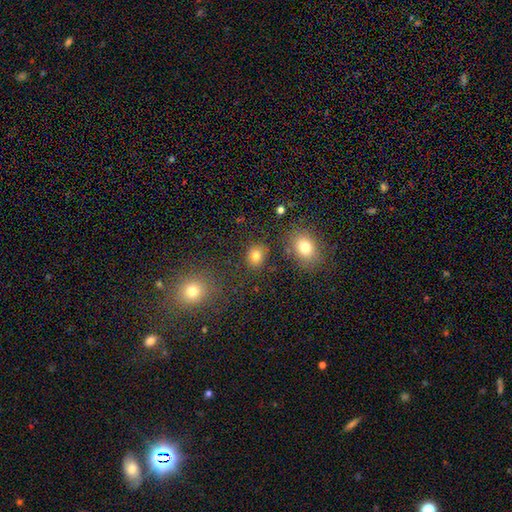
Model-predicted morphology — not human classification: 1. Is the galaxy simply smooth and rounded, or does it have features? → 80% smooth, 13% star or artifact, 6% featured or disk.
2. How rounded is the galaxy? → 60% round, 39% in between, 1% cigar-shaped.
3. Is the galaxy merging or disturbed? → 82% none, 10% minor disturbance, 4% merger, 4% major disturbance.